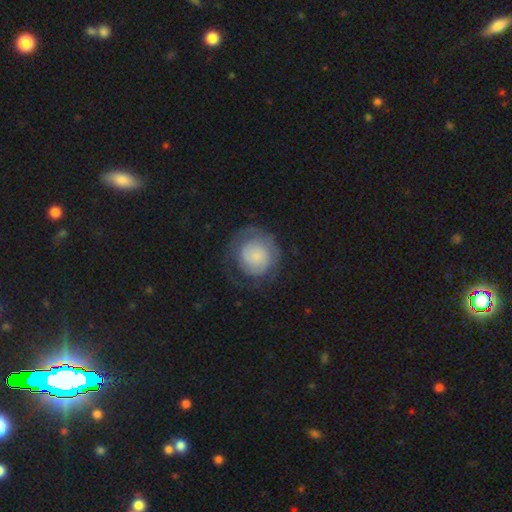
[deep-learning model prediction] Smooth or featured: smooth — 47% (featured or disk — 46%)
Merging: none — 62% (minor disturbance — 19%)